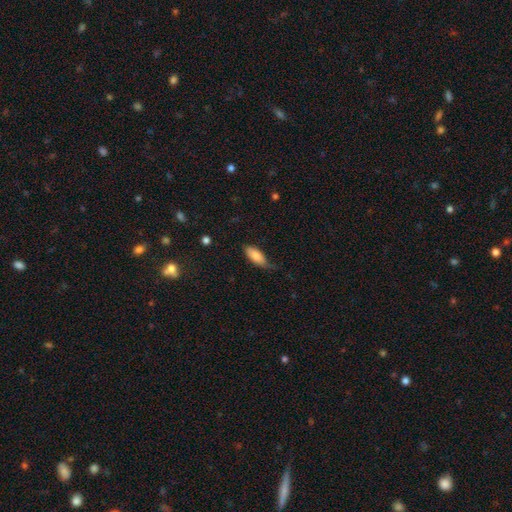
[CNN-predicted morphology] This is clearly a smooth galaxy (82%). How rounded: clearly in between (83%). Merging: possibly none (50%).